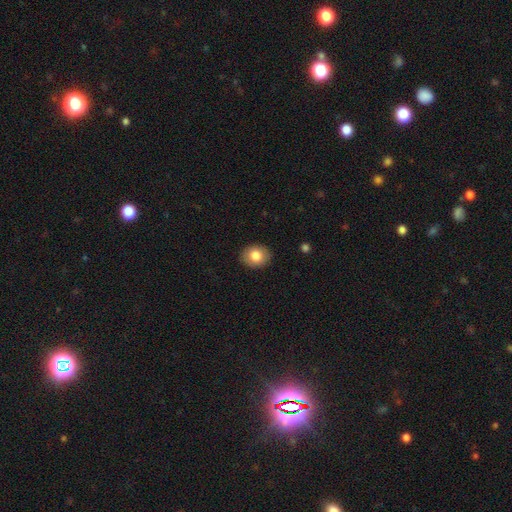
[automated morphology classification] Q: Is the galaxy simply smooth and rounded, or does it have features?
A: smooth — 81%.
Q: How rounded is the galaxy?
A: round — 58%.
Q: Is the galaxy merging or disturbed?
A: none — 89%.